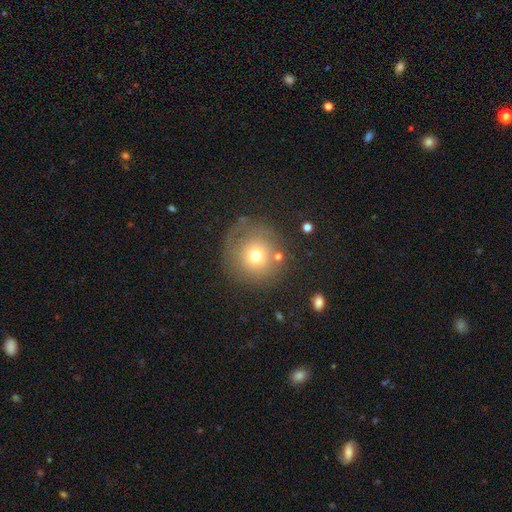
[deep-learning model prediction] smooth-or-featured: smooth: 69% | featured or disk: 18% | star or artifact: 13%
  how-rounded: round: 92% | in between: 7% | cigar-shaped: 1%
  merging: none: 71% | minor disturbance: 15% | major disturbance: 9% | merger: 5%